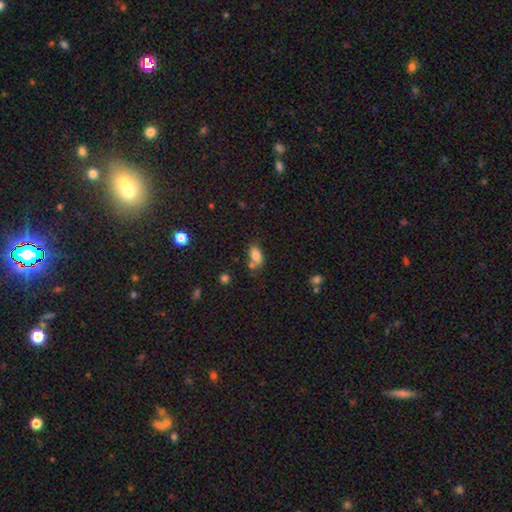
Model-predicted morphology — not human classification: type=smooth (77%); roundness=in between (85%); merging=none (51%).